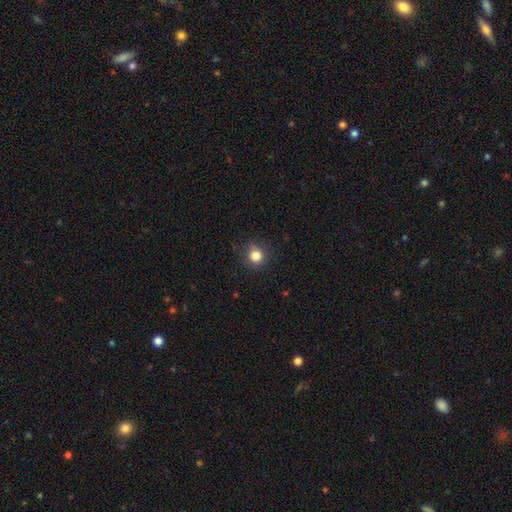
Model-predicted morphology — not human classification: A smooth galaxy with no disk features (83%) that is round (87%).

Vote fractions:
- Smooth or featured? smooth: 83% / star or artifact: 12% / featured or disk: 5%
- How rounded? round: 87% / in between: 12% / cigar-shaped: 1%
- Merging? none: 80% / minor disturbance: 15% / major disturbance: 4% / merger: 1%